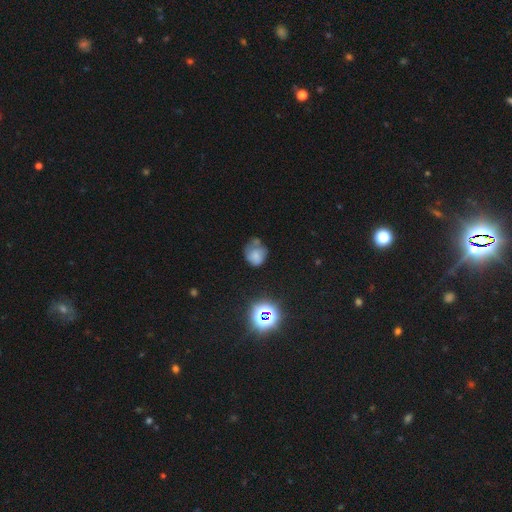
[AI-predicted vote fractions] smooth 58%, featured or disk 25%, star or artifact 17%. Down the decision tree: how rounded — round (72%); merging — none (39%).